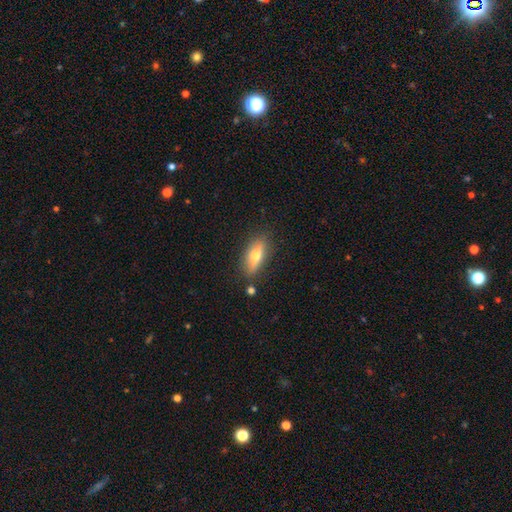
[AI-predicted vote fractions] Overall: smooth (56%; featured or disk 37%). How rounded: in between (62%; cigar-shaped 34%). Merging: none (81%).